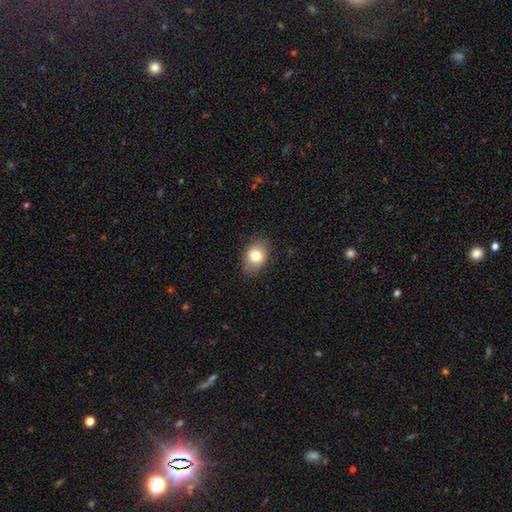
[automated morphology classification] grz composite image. It shows a smooth galaxy with no disk features (80%) that is in between round and cigar-shaped (70%). Merging: none (84%).